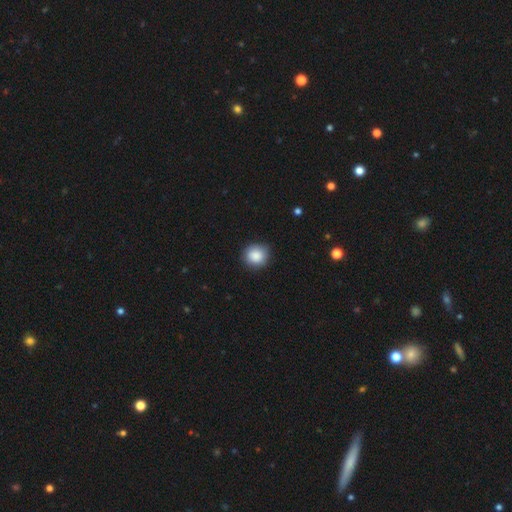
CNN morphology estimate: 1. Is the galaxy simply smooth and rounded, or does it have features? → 87% smooth, 8% star or artifact, 5% featured or disk.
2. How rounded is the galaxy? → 89% round, 10% in between, 1% cigar-shaped.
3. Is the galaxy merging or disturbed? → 87% none, 10% minor disturbance, 2% major disturbance, 1% merger.